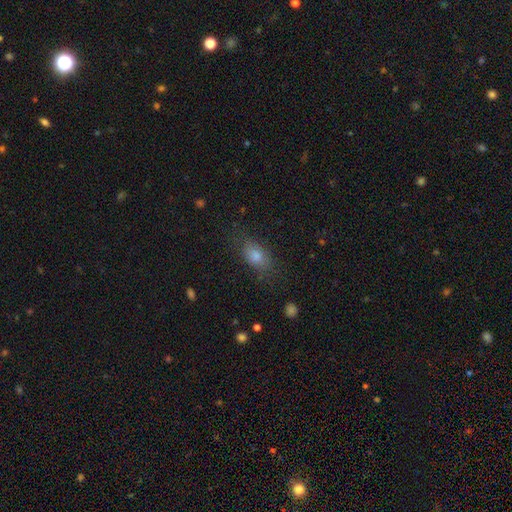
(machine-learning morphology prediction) smooth_or_featured: smooth (p=0.74) [alt: star or artifact p=0.14]
how_rounded: in between (p=0.75) [alt: round p=0.19]
merging: none (p=0.77) [alt: minor disturbance p=0.15]